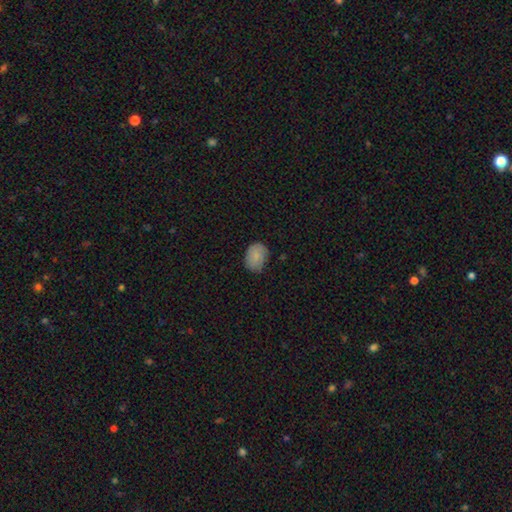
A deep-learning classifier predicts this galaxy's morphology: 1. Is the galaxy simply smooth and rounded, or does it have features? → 84% smooth, 8% star or artifact, 8% featured or disk.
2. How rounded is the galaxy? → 69% in between, 31% round, 1% cigar-shaped.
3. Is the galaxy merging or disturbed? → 71% none, 24% minor disturbance, 4% major disturbance, 1% merger.